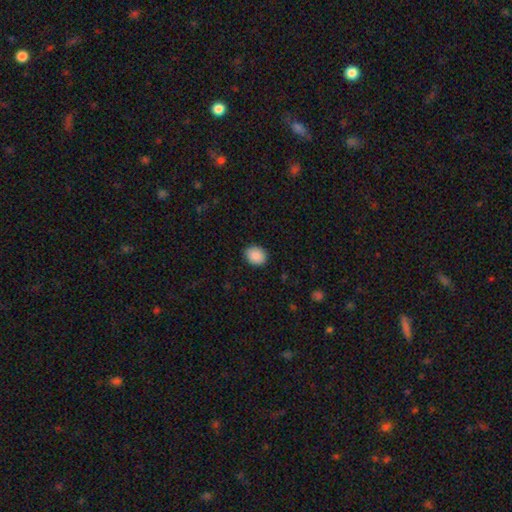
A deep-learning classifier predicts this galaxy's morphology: Smooth or featured? smooth (90%)
How rounded? round (50%)
Merging? none (89%)